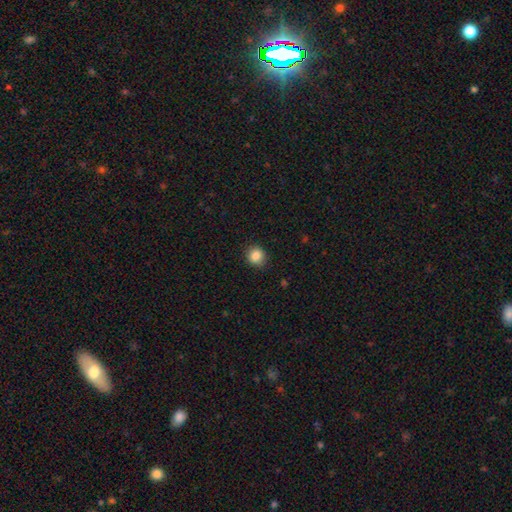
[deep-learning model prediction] smooth 87%, star or artifact 10%, featured or disk 4%. Down the decision tree: how rounded — round (85%); merging — none (88%).